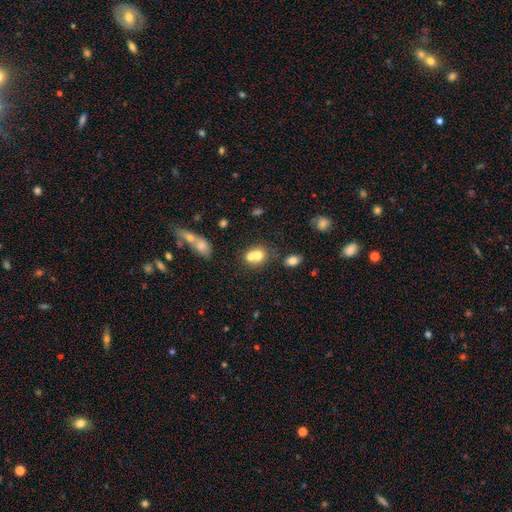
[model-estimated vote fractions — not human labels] Smooth or featured? Predicted: smooth (p=0.69). How rounded? Predicted: round (p=0.67). Merging? Predicted: merger (p=0.61).